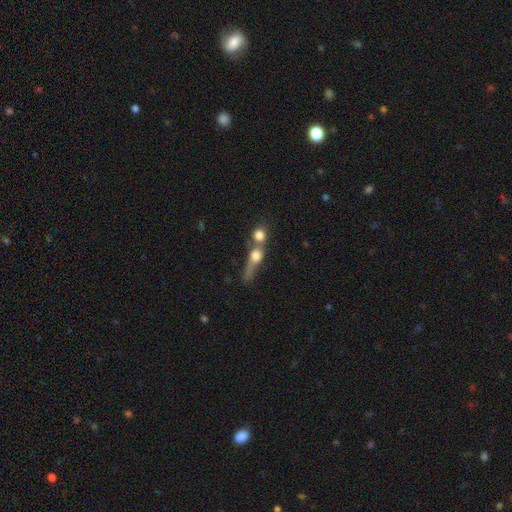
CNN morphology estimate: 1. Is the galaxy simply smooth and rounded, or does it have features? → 63% smooth, 26% featured or disk, 11% star or artifact.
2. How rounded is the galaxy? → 53% round, 26% in between, 21% cigar-shaped.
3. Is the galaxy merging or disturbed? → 63% merger, 20% none, 10% major disturbance, 7% minor disturbance.